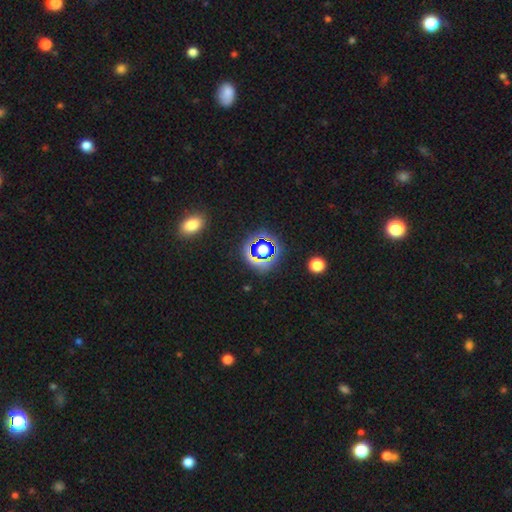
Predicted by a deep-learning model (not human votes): Smooth or featured? star or artifact (57%)